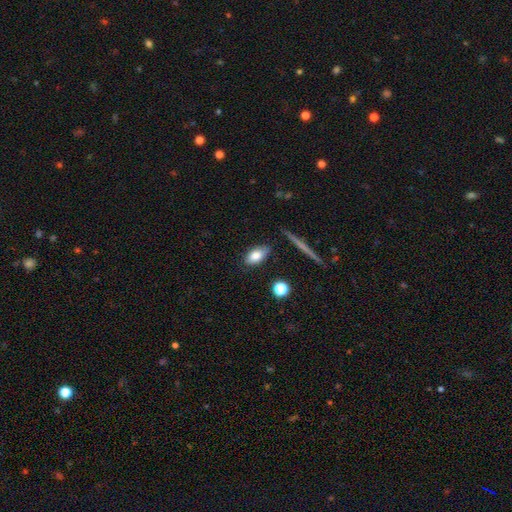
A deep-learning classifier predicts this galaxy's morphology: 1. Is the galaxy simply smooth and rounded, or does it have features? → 79% smooth, 13% featured or disk, 8% star or artifact.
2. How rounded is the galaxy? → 88% in between, 6% round, 6% cigar-shaped.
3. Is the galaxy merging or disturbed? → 80% none, 14% minor disturbance, 3% major disturbance, 3% merger.